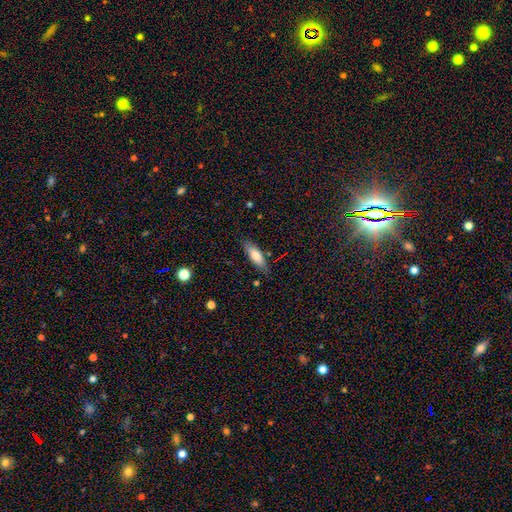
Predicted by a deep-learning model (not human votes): Q: Smooth or featured?
A: smooth (72%); runner-up: featured or disk (22%)
Q: How rounded?
A: in between (52%); runner-up: cigar-shaped (46%)
Q: Merging?
A: none (83%); runner-up: minor disturbance (13%)